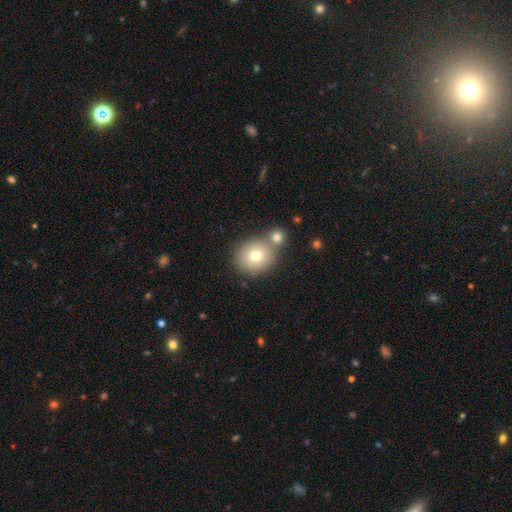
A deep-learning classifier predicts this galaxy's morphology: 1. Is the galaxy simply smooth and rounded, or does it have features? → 75% smooth, 14% featured or disk, 11% star or artifact.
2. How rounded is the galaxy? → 81% round, 18% in between, 1% cigar-shaped.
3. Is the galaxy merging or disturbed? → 60% none, 28% merger, 10% minor disturbance, 3% major disturbance.